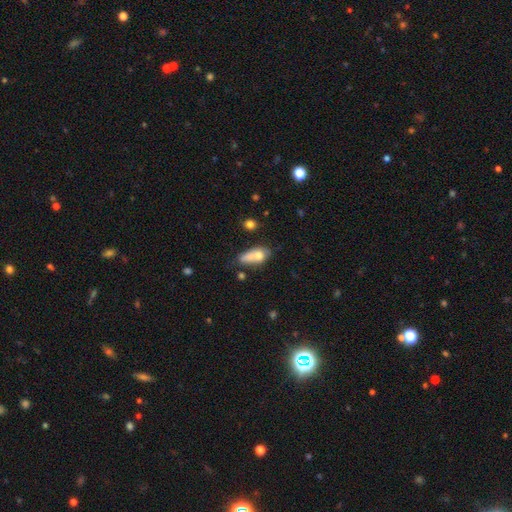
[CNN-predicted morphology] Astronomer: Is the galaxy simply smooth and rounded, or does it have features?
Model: smooth — 69%.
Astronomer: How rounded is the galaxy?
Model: in between — 75%.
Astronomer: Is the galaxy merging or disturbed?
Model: merger — 35% (runner-up: none, 30%).